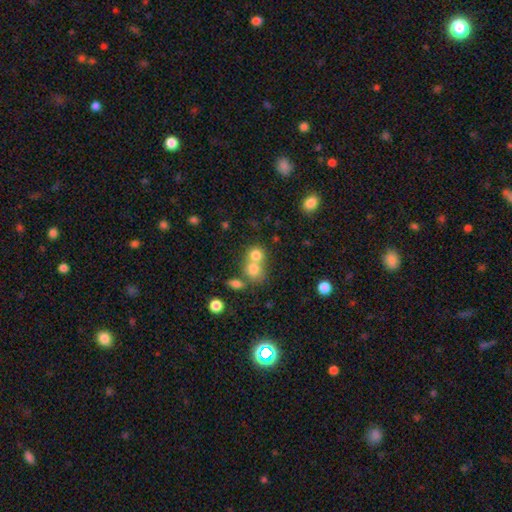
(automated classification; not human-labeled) A smooth galaxy with no disk features (76%) that is round (77%).

Vote fractions:
- Smooth or featured? smooth: 76% / star or artifact: 12% / featured or disk: 12%
- How rounded? round: 77% / in between: 22% / cigar-shaped: 1%
- Merging? merger: 57% / none: 34% / minor disturbance: 6% / major disturbance: 3%